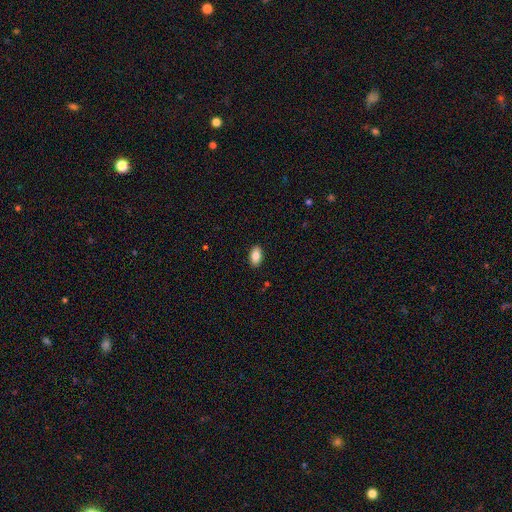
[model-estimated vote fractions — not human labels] Q: Smooth or featured?
A: smooth (84%); runner-up: featured or disk (8%)
Q: How rounded?
A: in between (92%); runner-up: round (5%)
Q: Merging?
A: none (90%); runner-up: minor disturbance (8%)